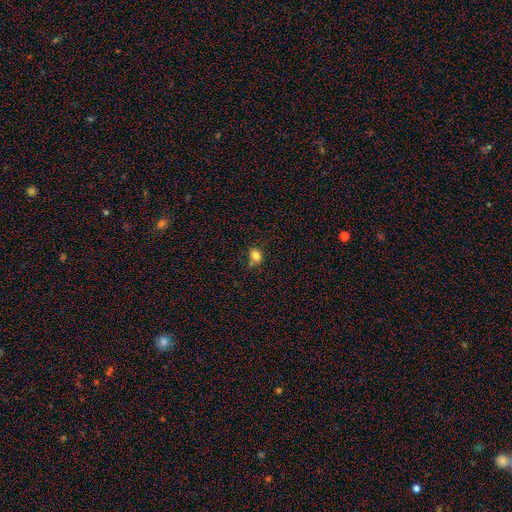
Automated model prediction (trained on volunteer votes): Smooth or featured? smooth (81%)
How rounded? round (56%)
Merging? none (63%)